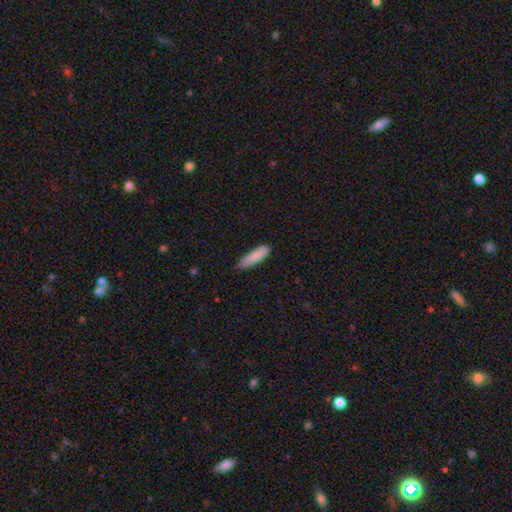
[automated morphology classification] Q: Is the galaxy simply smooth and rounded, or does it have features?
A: smooth — 85%.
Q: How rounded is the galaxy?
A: cigar-shaped — 58%.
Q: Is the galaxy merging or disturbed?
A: none — 70%.